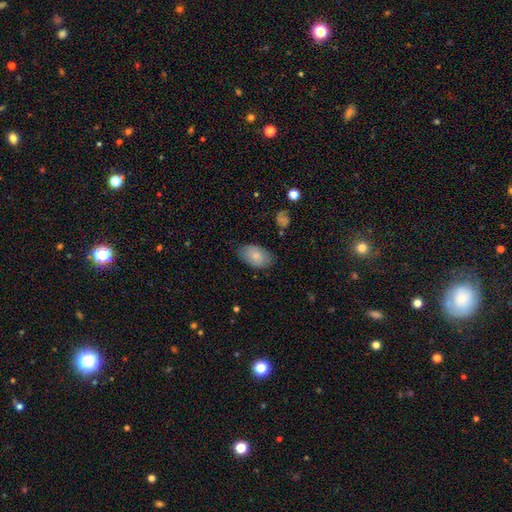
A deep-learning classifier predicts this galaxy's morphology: Smooth or featured: smooth — 80% (featured or disk — 13%)
How rounded: in between — 93% (round — 6%)
Merging: none — 79% (minor disturbance — 16%)